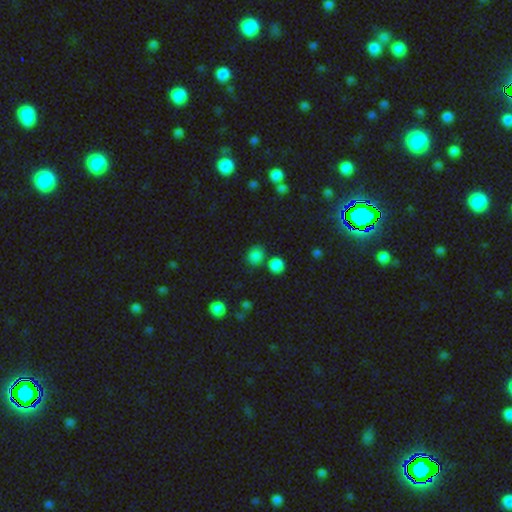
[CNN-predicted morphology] Smooth or featured?
  - smooth: 81% *
  - star or artifact: 15%
  - featured or disk: 5%
How rounded?
  - round: 67% *
  - in between: 32%
  - cigar-shaped: 1%
Merging?
  - none: 70% *
  - minor disturbance: 13%
  - merger: 13%
  - major disturbance: 4%